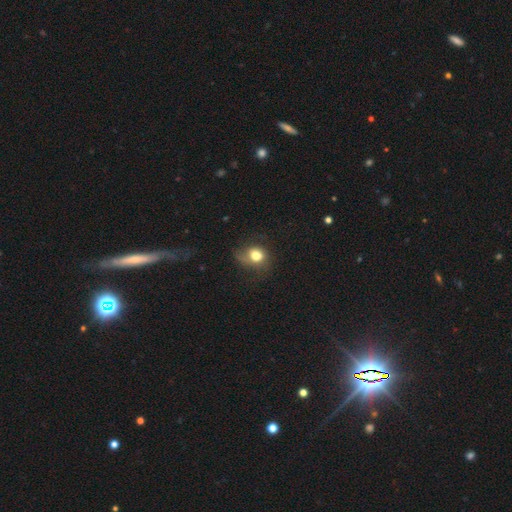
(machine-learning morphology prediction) The model was most divided on "merging": none: 46%, minor disturbance: 29%, major disturbance: 23%, merger: 2%. More confident: smooth or featured — smooth (73%); how rounded — round (61%).